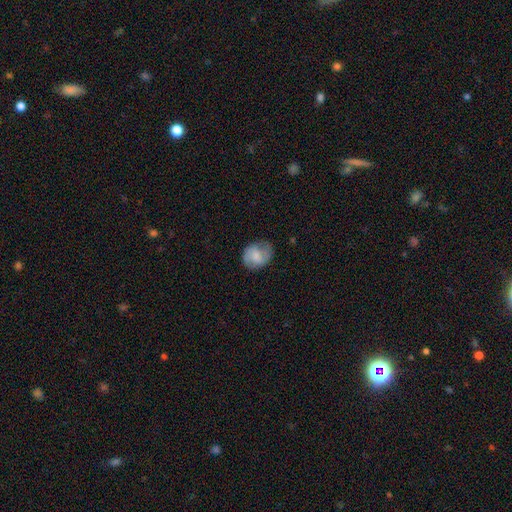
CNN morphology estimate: Smooth or featured?
  - smooth: 53% *
  - featured or disk: 39%
  - star or artifact: 8%
How rounded?
  - round: 54% *
  - in between: 45%
  - cigar-shaped: 1%
Merging?
  - none: 69% *
  - minor disturbance: 22%
  - major disturbance: 8%
  - merger: 1%